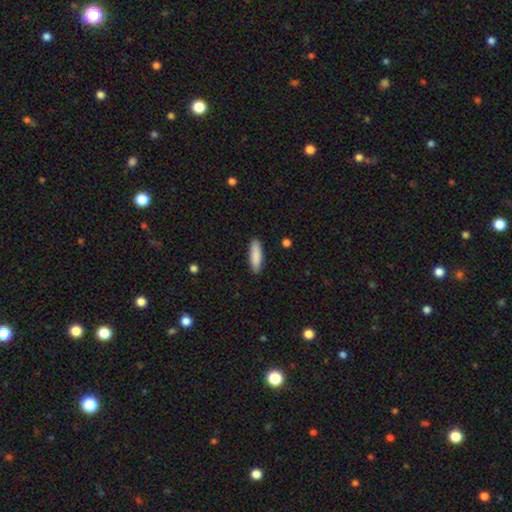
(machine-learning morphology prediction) smooth-or-featured: smooth: 88% | featured or disk: 7% | star or artifact: 6%
  how-rounded: cigar-shaped: 58% | in between: 40% | round: 2%
  merging: none: 89% | minor disturbance: 8% | major disturbance: 2% | merger: 1%